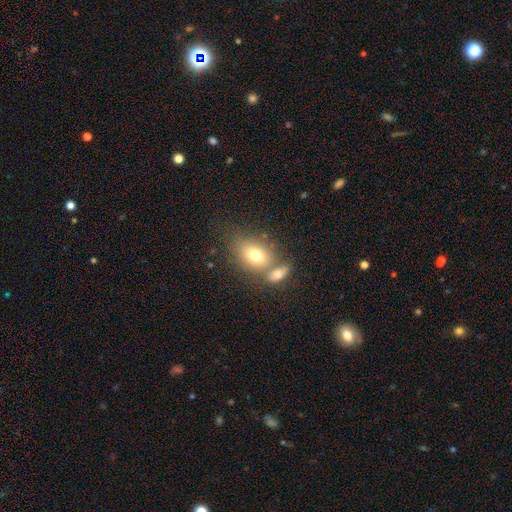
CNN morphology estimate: A smooth galaxy with no disk features (73%) that is in between round and cigar-shaped (68%).

Vote fractions:
- Smooth or featured? smooth: 73% / featured or disk: 17% / star or artifact: 10%
- How rounded? in between: 68% / round: 30% / cigar-shaped: 2%
- Merging? none: 44% / merger: 38% / minor disturbance: 12% / major disturbance: 6%